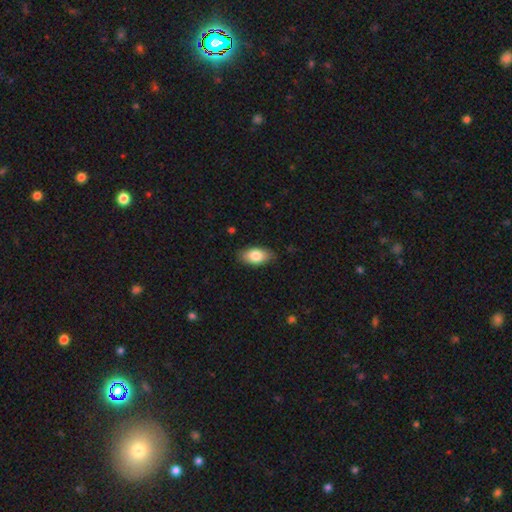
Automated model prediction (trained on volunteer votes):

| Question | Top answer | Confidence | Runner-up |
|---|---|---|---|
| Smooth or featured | smooth | 82% | featured or disk (12%) |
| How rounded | in between | 92% | round (5%) |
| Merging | none | 83% | minor disturbance (13%) |